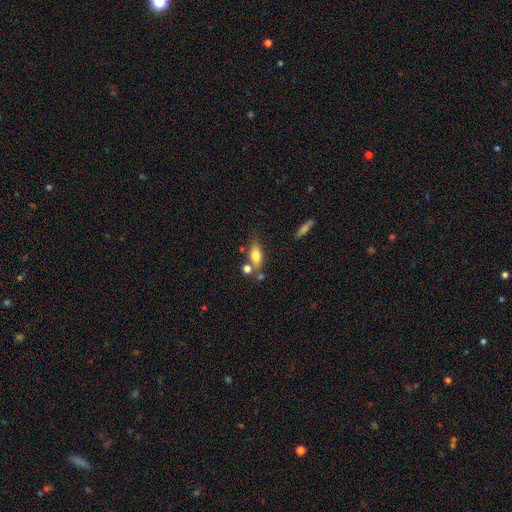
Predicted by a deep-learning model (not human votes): A smooth galaxy with no disk features (74%) that is in between round and cigar-shaped (76%).

Vote fractions:
- Smooth or featured? smooth: 74% / featured or disk: 17% / star or artifact: 8%
- How rounded? in between: 76% / cigar-shaped: 18% / round: 6%
- Merging? none: 58% / merger: 20% / minor disturbance: 16% / major disturbance: 5%